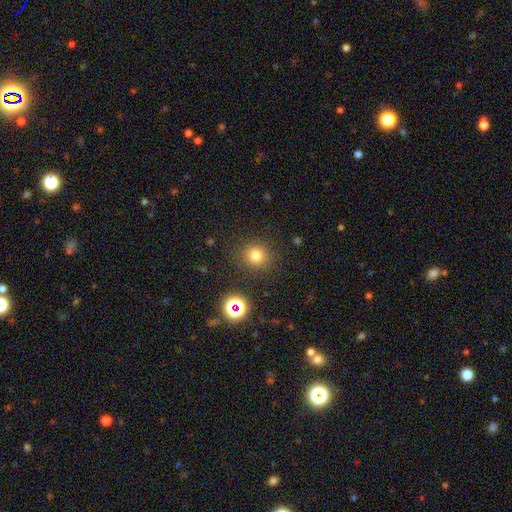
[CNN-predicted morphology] Q: Smooth or featured?
A: smooth (75%); runner-up: star or artifact (18%)
Q: How rounded?
A: round (91%); runner-up: in between (8%)
Q: Merging?
A: none (87%); runner-up: minor disturbance (8%)